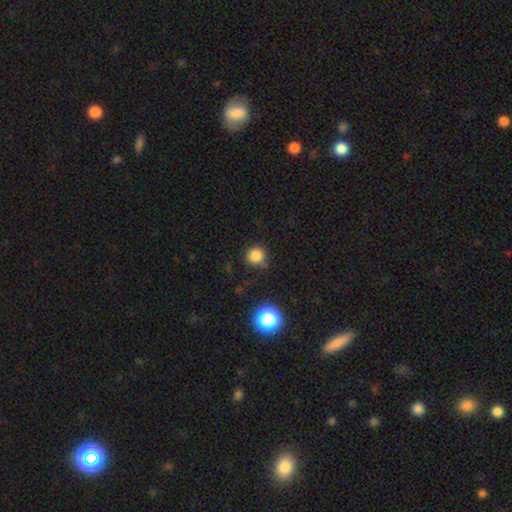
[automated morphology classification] Overall: smooth (81%). How rounded: round (94%). Merging: none (77%).